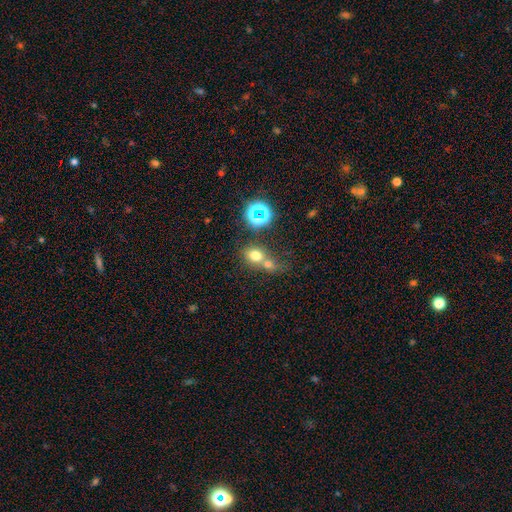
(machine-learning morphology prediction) The model was most divided on "merging": merger: 44%, none: 42%, minor disturbance: 9%, major disturbance: 5%. More confident: smooth or featured — smooth (67%); how rounded — round (65%).